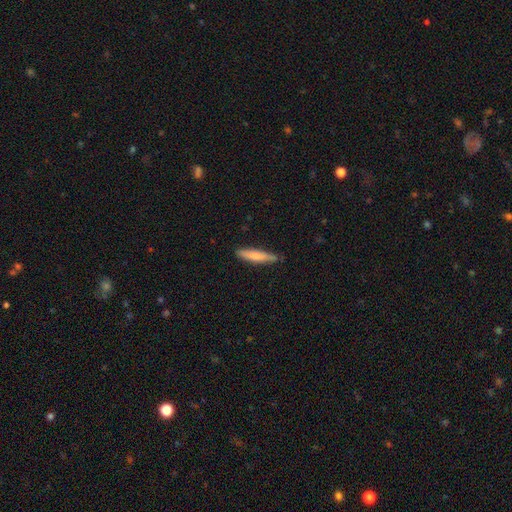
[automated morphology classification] smooth 74%, featured or disk 20%, star or artifact 5%. Down the decision tree: how rounded — cigar-shaped (86%); merging — none (81%).